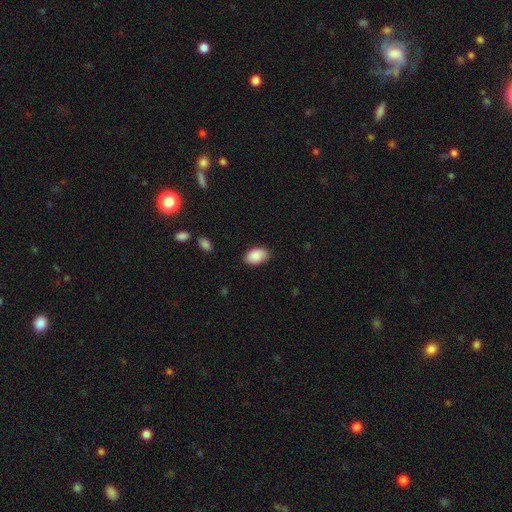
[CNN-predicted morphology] smooth 90%, star or artifact 6%, featured or disk 4%. Down the decision tree: how rounded — in between (90%); merging — none (84%).